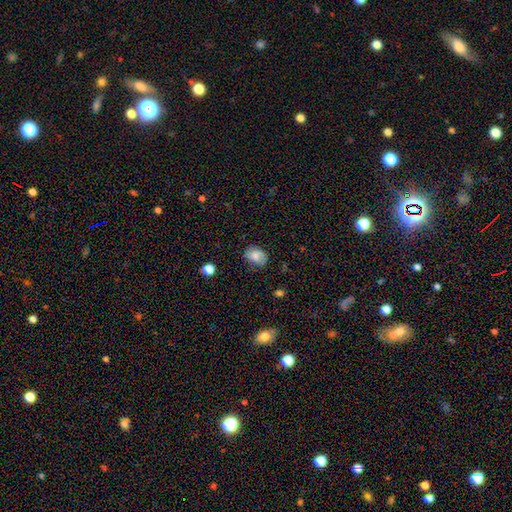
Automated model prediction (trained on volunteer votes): This is likely a smooth galaxy (69%). How rounded: likely in between (72%). Merging: likely none (77%).